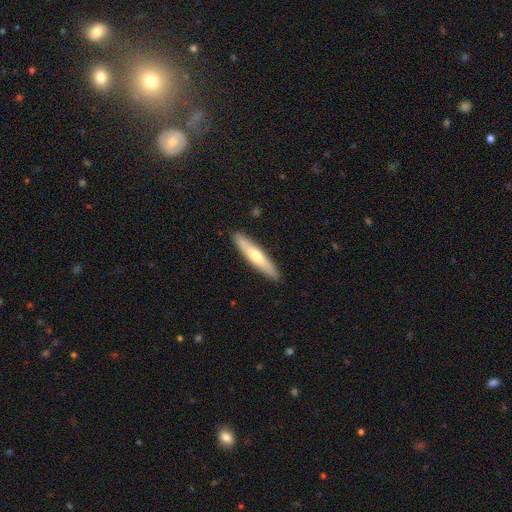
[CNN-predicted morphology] Q: Smooth or featured?
A: smooth (50%); runner-up: featured or disk (45%)
Q: How rounded?
A: cigar-shaped (86%); runner-up: in between (13%)
Q: Merging?
A: none (89%); runner-up: minor disturbance (8%)